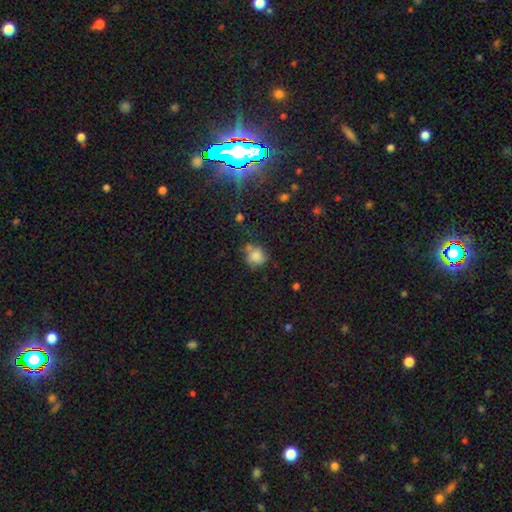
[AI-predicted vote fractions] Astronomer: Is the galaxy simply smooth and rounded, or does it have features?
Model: smooth — 81%.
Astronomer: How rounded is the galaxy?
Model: round — 82%.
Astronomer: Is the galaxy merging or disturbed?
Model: none — 59%.